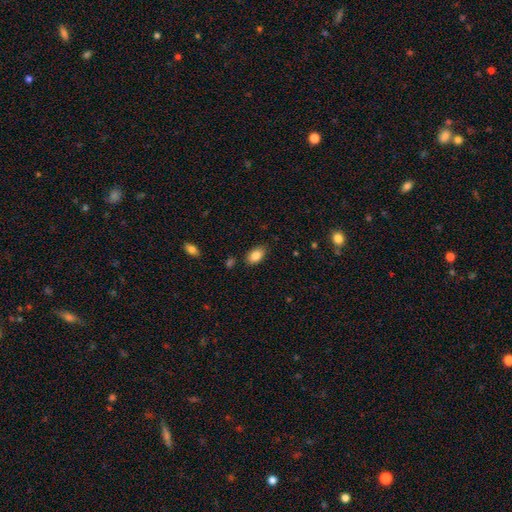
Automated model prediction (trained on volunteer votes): This is clearly a smooth galaxy (85%). How rounded: clearly in between (91%). Merging: clearly none (83%).